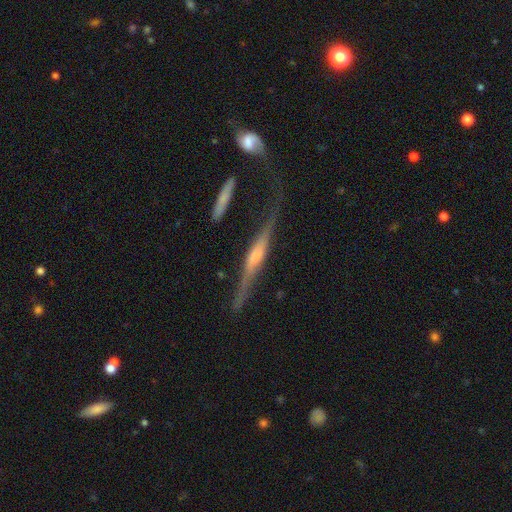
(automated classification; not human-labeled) A featured or disk galaxy (75%) viewed edge-on (94%) with a rounded central bulge (50%).

Vote fractions:
- Smooth or featured? featured or disk: 75% / smooth: 19% / star or artifact: 6%
- Edge-on disk? yes: 94% / no: 6%
- Edge-on bulge? rounded: 50% / boxy: 36% / none: 14%
- Merging? none: 65% / minor disturbance: 21% / major disturbance: 10% / merger: 4%